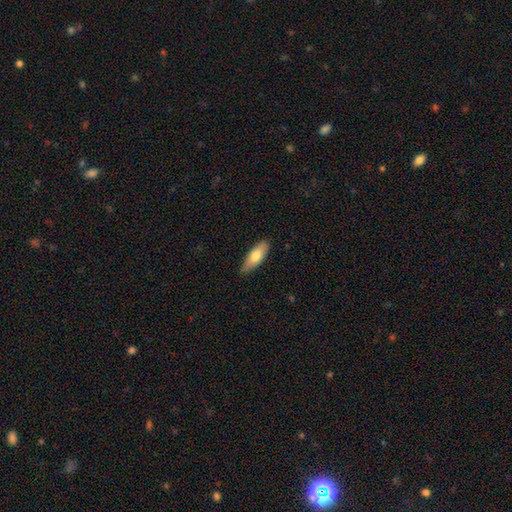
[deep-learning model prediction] Q: Smooth or featured?
A: smooth (71%); runner-up: featured or disk (23%)
Q: How rounded?
A: in between (68%); runner-up: cigar-shaped (29%)
Q: Merging?
A: none (82%); runner-up: minor disturbance (15%)